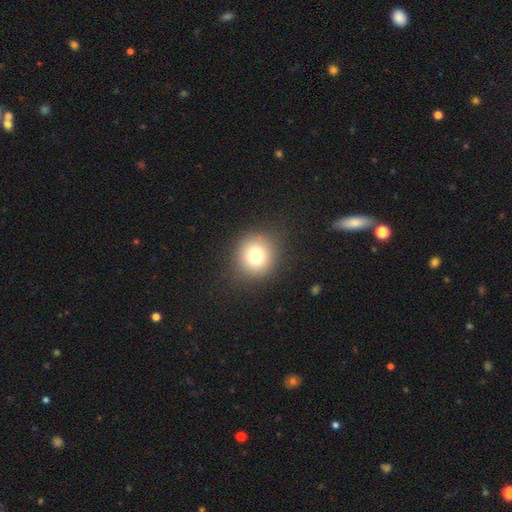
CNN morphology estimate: This is likely a smooth galaxy (76%). How rounded: clearly round (89%). Merging: clearly none (87%).